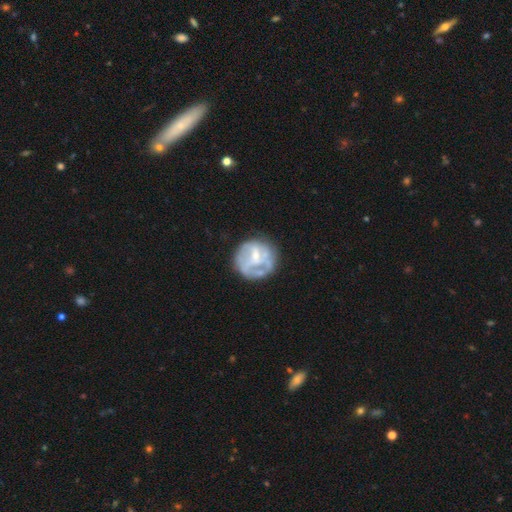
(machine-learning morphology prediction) Smooth or featured?
  - featured or disk: 61% *
  - smooth: 32%
  - star or artifact: 7%
Edge-on disk?
  - no: 98% *
  - yes: 2%
Bar?
  - no: 53% *
  - weak: 36%
  - strong: 11%
Spiral arms?
  - no: 59% *
  - yes: 41%
Bulge size?
  - small: 53% *
  - moderate: 31%
  - none: 12%
  - large: 2%
  - dominant: 1%
Merging?
  - none: 59% *
  - minor disturbance: 21%
  - major disturbance: 17%
  - merger: 4%